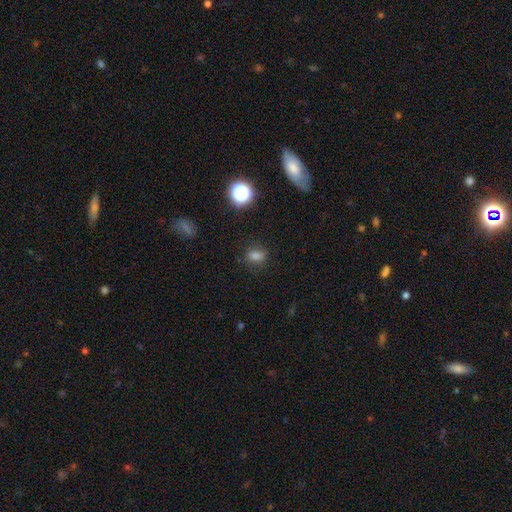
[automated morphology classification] smooth_or_featured: smooth (p=0.75) [alt: star or artifact p=0.19]
how_rounded: in between (p=0.60) [alt: round p=0.38]
merging: none (p=0.81) [alt: minor disturbance p=0.13]